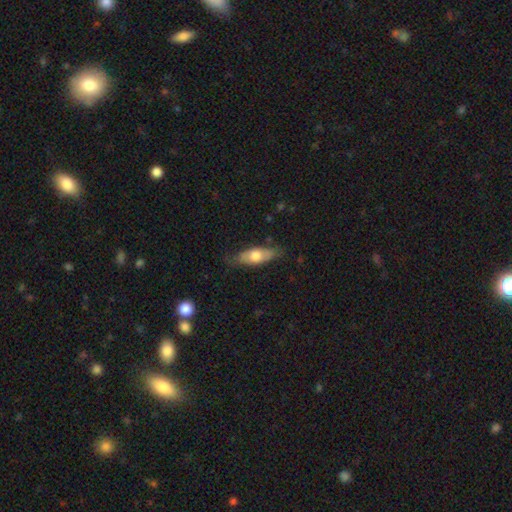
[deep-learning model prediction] Morphology: type=smooth (63%); roundness=in between (68%); merging=none (75%).